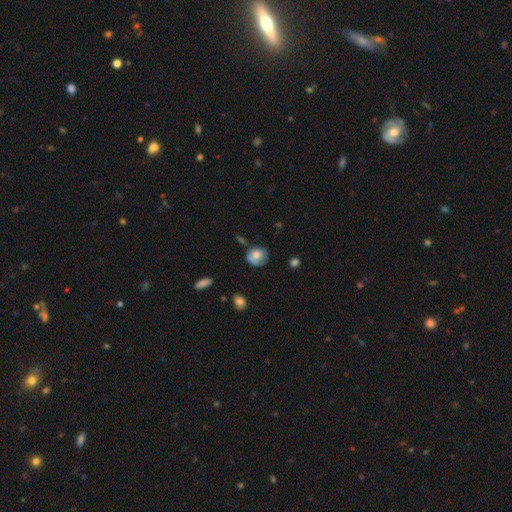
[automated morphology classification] smooth_or_featured: smooth (p=0.70) [alt: featured or disk p=0.22]
how_rounded: round (p=0.72) [alt: in between p=0.27]
merging: none (p=0.52) [alt: minor disturbance p=0.30]